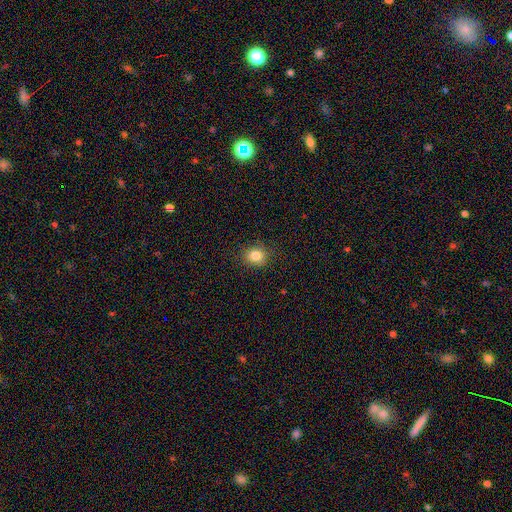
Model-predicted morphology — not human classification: A smooth galaxy with no disk features (84%) that is round (74%). Merging: none (88%).